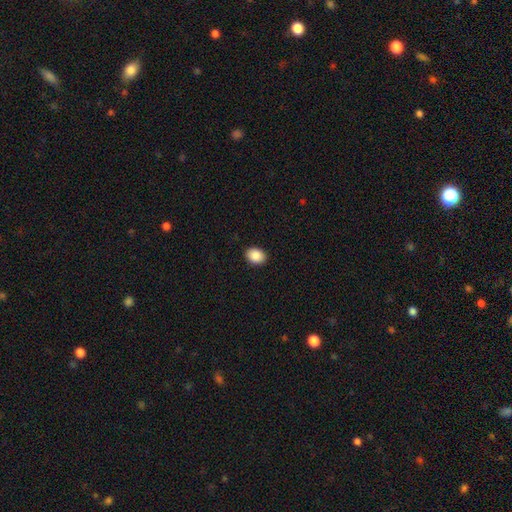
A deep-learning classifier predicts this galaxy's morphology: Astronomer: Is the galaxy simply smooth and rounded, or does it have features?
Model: smooth — 90%.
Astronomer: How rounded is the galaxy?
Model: in between — 67%.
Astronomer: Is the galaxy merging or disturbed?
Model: none — 91%.